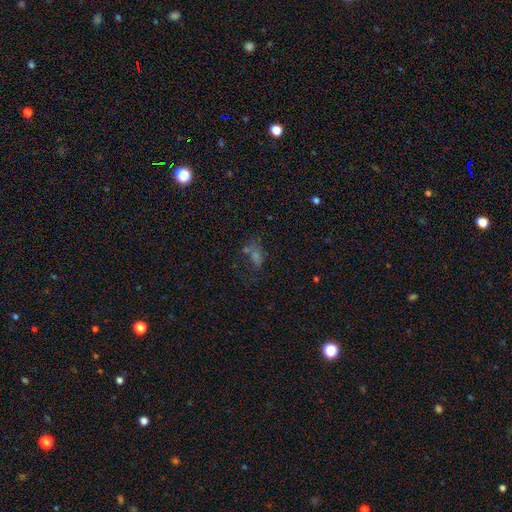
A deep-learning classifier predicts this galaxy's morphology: Smooth or featured? smooth (43%)
Merging? none (44%)